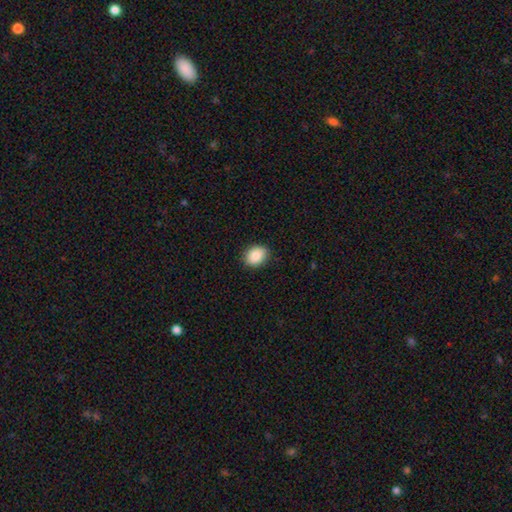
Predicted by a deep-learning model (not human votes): Q: Smooth or featured?
A: smooth (87%); runner-up: star or artifact (8%)
Q: How rounded?
A: in between (59%); runner-up: round (40%)
Q: Merging?
A: none (88%); runner-up: minor disturbance (9%)